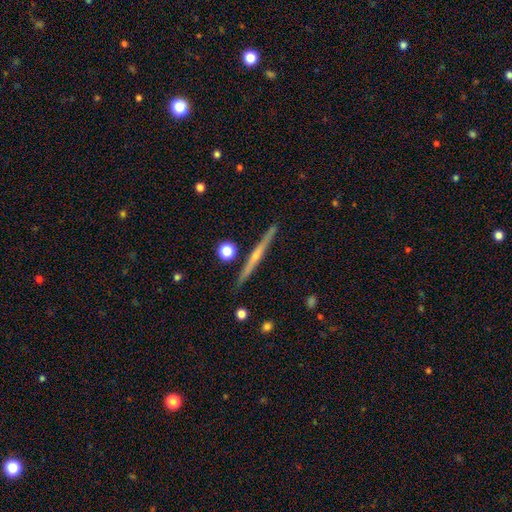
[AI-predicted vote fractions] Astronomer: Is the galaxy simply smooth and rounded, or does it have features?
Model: featured or disk — 72%.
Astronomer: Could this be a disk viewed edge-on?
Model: yes — 98%.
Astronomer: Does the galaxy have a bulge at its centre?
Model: rounded — 65%.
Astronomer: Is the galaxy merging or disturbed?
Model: none — 90%.